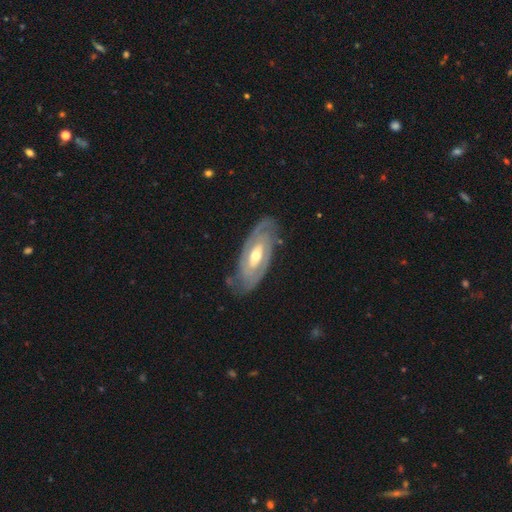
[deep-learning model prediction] This is clearly a featured or disk galaxy (83%). It is clearly not viewed edge-on (91%). Bar: possibly no (45%). Spiral arm pattern: clearly yes (85%). Spiral arm count: likely 2 (65%). Spiral winding: likely tight (68%). Central bulge: likely moderate (66%). Merging: likely none (77%).